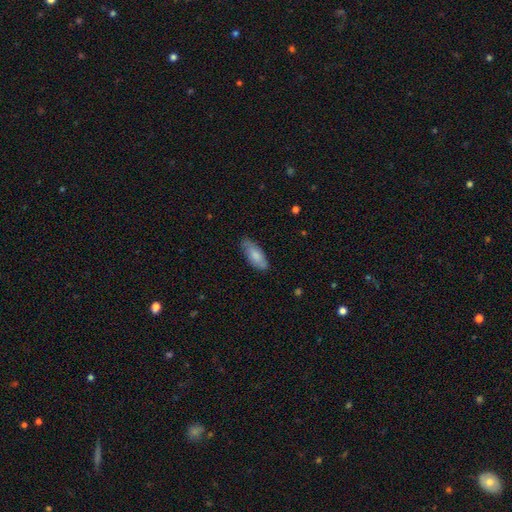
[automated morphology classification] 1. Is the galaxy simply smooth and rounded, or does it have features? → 80% smooth, 15% featured or disk, 6% star or artifact.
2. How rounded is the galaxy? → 77% in between, 21% cigar-shaped, 2% round.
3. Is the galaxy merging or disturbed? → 77% none, 18% minor disturbance, 3% major disturbance, 1% merger.